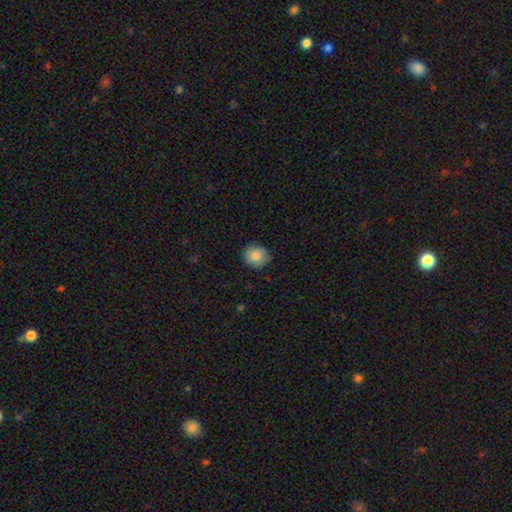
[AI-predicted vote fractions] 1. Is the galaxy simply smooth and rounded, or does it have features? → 86% smooth, 8% star or artifact, 6% featured or disk.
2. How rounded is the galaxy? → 79% round, 20% in between, 1% cigar-shaped.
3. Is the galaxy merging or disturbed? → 81% none, 16% minor disturbance, 3% major disturbance, 1% merger.